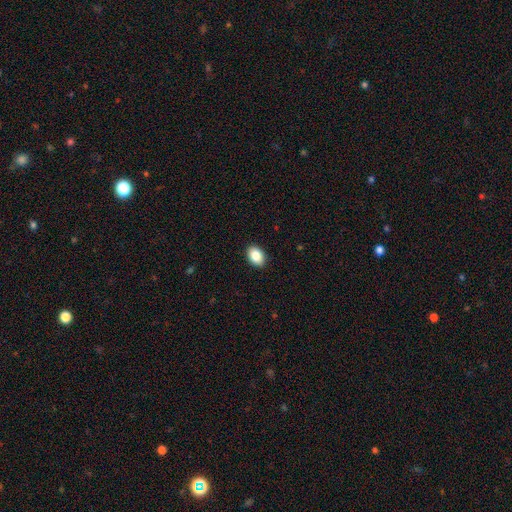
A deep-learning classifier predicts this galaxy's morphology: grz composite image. It shows a smooth galaxy with no disk features (87%) that is in between round and cigar-shaped (83%). Merging: none (91%).